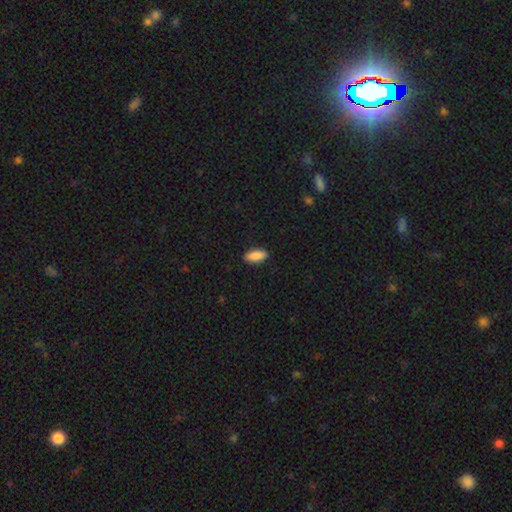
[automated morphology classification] A smooth galaxy with no disk features (89%) that is in between round and cigar-shaped (81%). Merging: none (89%).